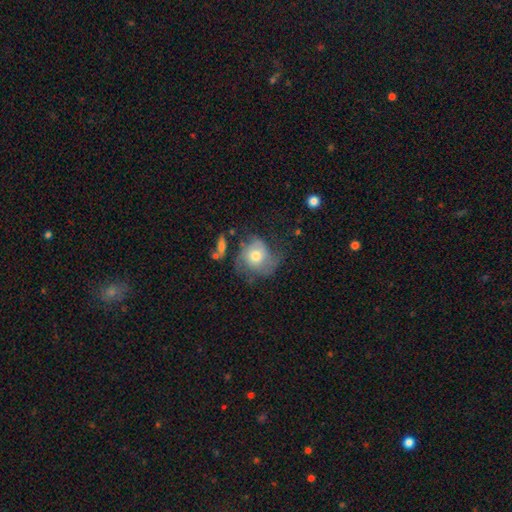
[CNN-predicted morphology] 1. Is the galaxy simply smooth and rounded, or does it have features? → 51% smooth, 41% featured or disk, 8% star or artifact.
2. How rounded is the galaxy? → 73% round, 26% in between, 1% cigar-shaped.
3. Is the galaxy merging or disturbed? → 40% none, 28% major disturbance, 28% minor disturbance, 5% merger.